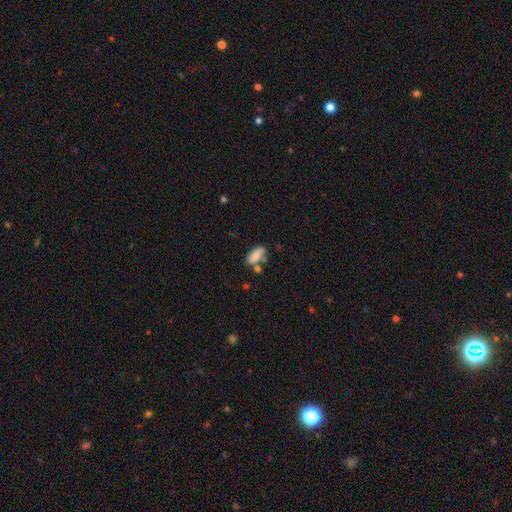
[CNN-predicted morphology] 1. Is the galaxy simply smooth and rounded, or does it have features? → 77% smooth, 15% featured or disk, 9% star or artifact.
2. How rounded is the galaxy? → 86% in between, 10% cigar-shaped, 3% round.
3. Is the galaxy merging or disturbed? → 52% none, 22% minor disturbance, 19% merger, 7% major disturbance.